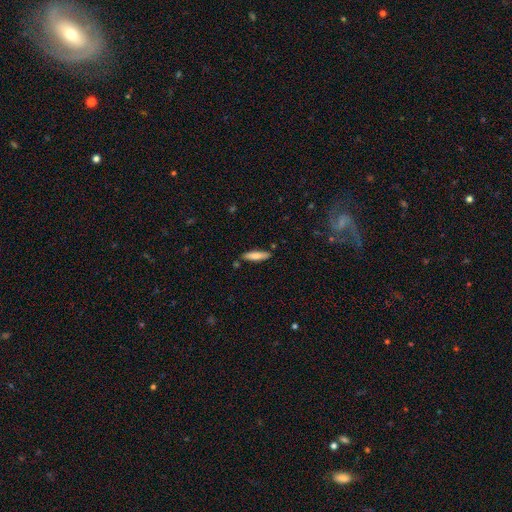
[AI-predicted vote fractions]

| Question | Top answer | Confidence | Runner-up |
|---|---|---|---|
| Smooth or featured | smooth | 75% | featured or disk (19%) |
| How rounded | cigar-shaped | 74% | in between (24%) |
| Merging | none | 84% | minor disturbance (11%) |